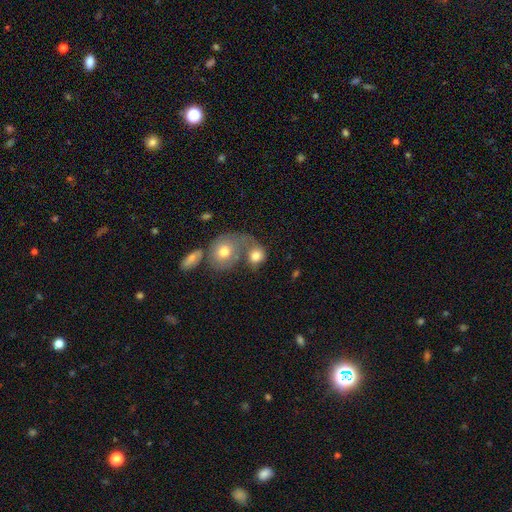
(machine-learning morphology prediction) smooth-or-featured: smooth: 71% | featured or disk: 21% | star or artifact: 8%
  how-rounded: round: 66% | in between: 33% | cigar-shaped: 1%
  merging: merger: 57% | none: 22% | major disturbance: 11% | minor disturbance: 10%